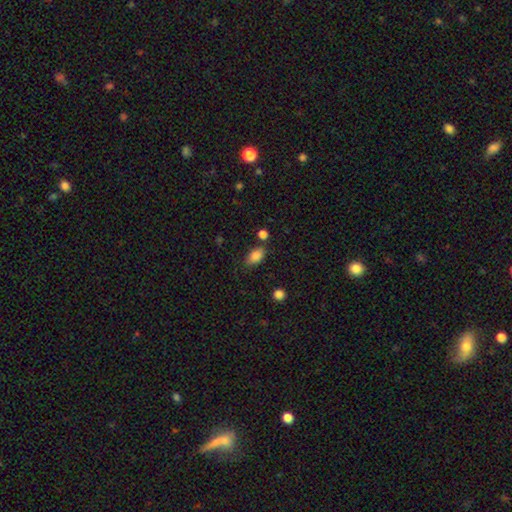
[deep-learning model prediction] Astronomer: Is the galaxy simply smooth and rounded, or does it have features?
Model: smooth — 86%.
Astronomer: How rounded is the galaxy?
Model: in between — 88%.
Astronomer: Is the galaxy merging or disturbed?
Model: none — 70%.